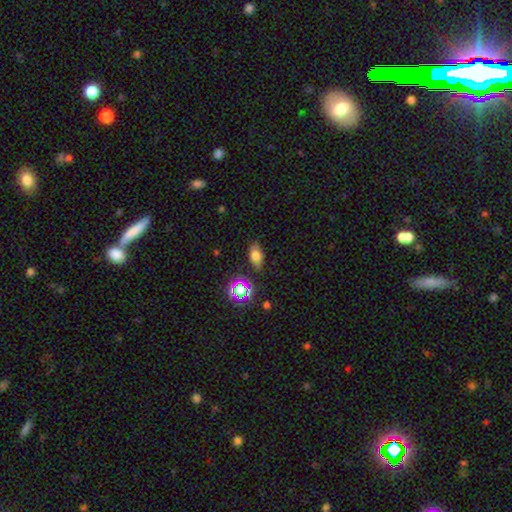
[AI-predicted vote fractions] Overall: smooth (67%). How rounded: in between (86%). Merging: none (75%).